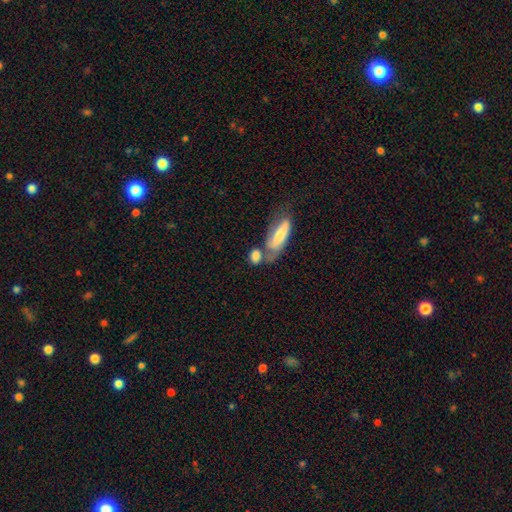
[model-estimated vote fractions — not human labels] Smooth or featured: smooth — 77% (featured or disk — 15%)
How rounded: in between — 64% (round — 21%)
Merging: merger — 43% (none — 35%)